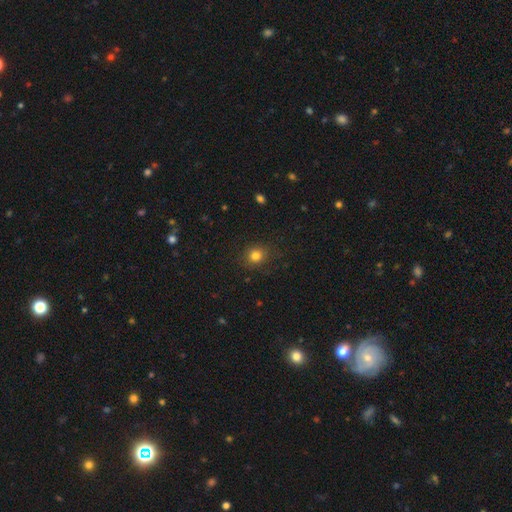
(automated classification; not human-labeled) smooth-or-featured: smooth: 80% | star or artifact: 14% | featured or disk: 6%
  how-rounded: round: 81% | in between: 18% | cigar-shaped: 1%
  merging: none: 86% | minor disturbance: 10% | major disturbance: 3% | merger: 1%